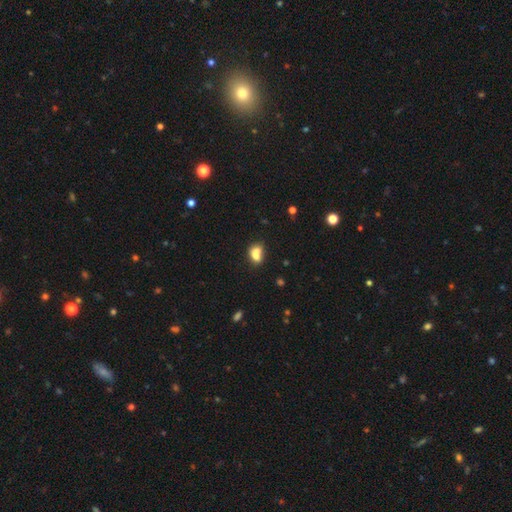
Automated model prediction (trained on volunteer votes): Overall: smooth (73%). How rounded: in between (58%; round 41%). Merging: merger (57%; none 27%).